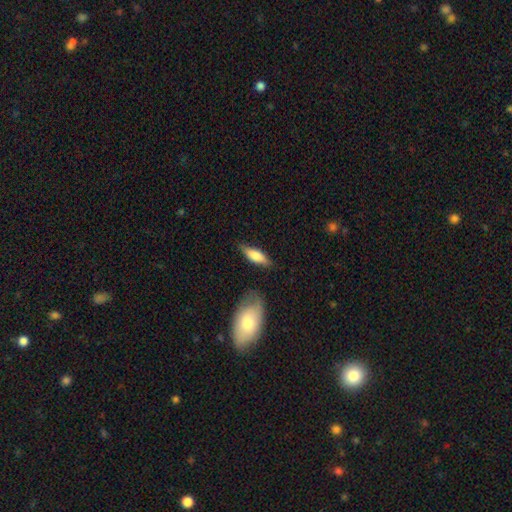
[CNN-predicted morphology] Overall: smooth (74%). How rounded: in between (62%; cigar-shaped 36%). Merging: none (73%).